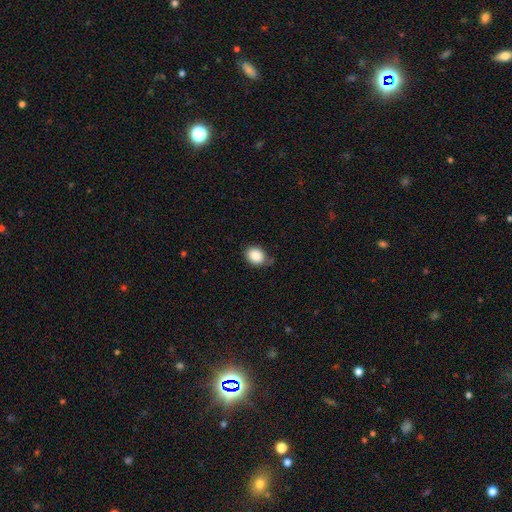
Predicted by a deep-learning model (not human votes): The model was most divided on "how rounded": in between: 58%, round: 41%, cigar-shaped: 1%. More confident: smooth or featured — smooth (88%); merging — none (74%).